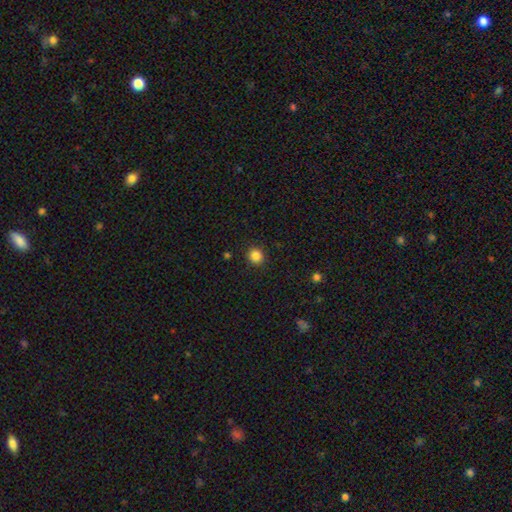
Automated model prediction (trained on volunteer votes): smooth-or-featured: smooth: 85% | star or artifact: 11% | featured or disk: 3%
  how-rounded: round: 90% | in between: 10% | cigar-shaped: 1%
  merging: none: 91% | minor disturbance: 6% | major disturbance: 2% | merger: 1%